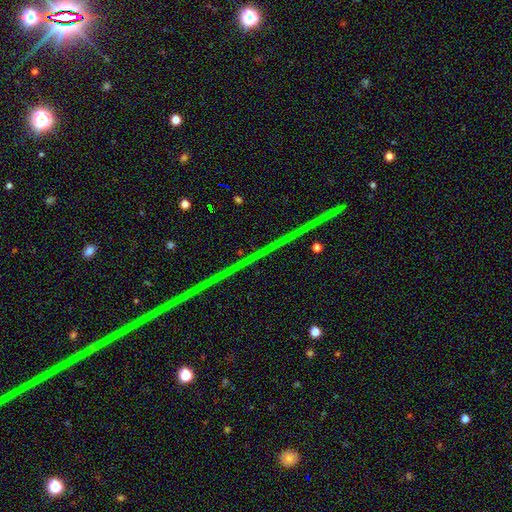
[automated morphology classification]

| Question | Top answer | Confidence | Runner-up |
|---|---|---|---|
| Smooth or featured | star or artifact | 89% | featured or disk (6%) |